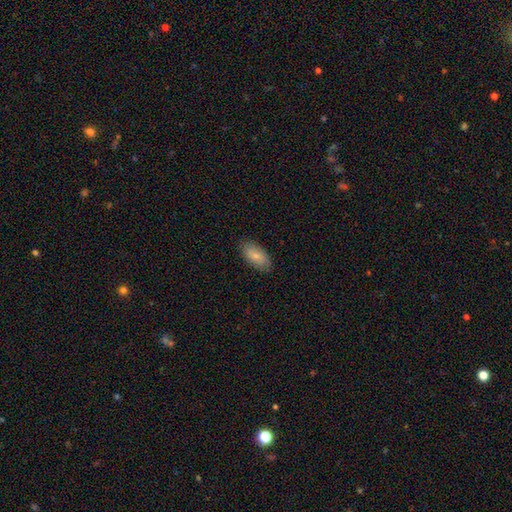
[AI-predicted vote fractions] Smooth or featured?
  - smooth: 81% *
  - featured or disk: 12%
  - star or artifact: 6%
How rounded?
  - in between: 93% *
  - cigar-shaped: 5%
  - round: 3%
Merging?
  - none: 85% *
  - minor disturbance: 11%
  - major disturbance: 2%
  - merger: 1%